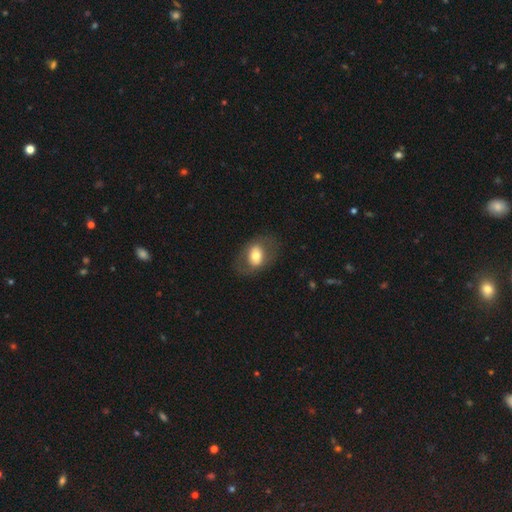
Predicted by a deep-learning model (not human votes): This is likely a smooth galaxy (61%). How rounded: likely in between (75%). Merging: likely none (74%).